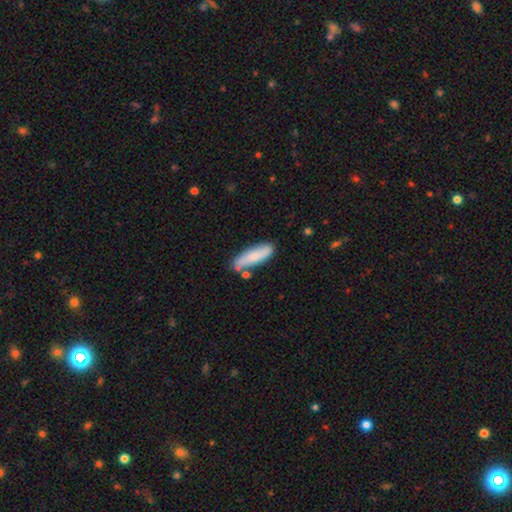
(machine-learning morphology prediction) Smooth or featured?
  - smooth: 77% *
  - featured or disk: 17%
  - star or artifact: 6%
How rounded?
  - cigar-shaped: 56% *
  - in between: 42%
  - round: 2%
Merging?
  - none: 70% *
  - minor disturbance: 17%
  - merger: 9%
  - major disturbance: 3%